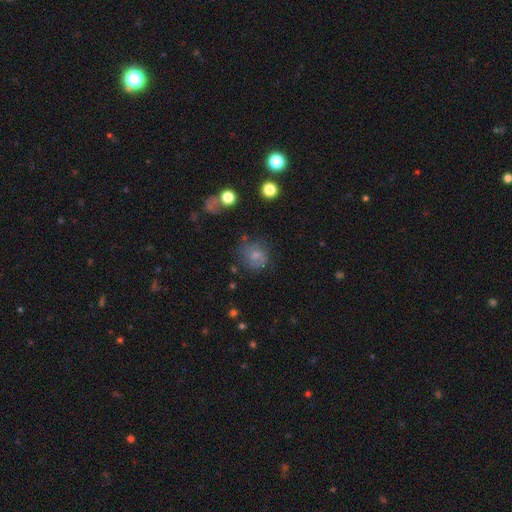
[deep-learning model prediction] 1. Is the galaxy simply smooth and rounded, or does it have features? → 62% smooth, 24% featured or disk, 14% star or artifact.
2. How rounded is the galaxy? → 74% round, 25% in between, 1% cigar-shaped.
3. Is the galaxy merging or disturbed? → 59% none, 24% minor disturbance, 13% major disturbance, 4% merger.